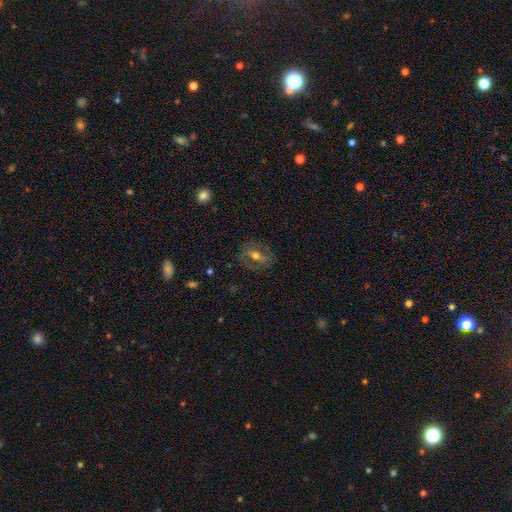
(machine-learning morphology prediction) Overall: featured or disk (54%; smooth 37%). Edge-on disk: no (83%). Merging: none (78%).